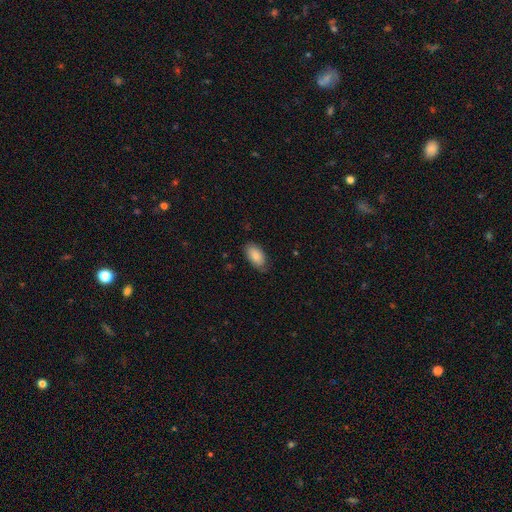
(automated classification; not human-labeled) Morphology: type=smooth (83%); roundness=in between (95%); merging=none (74%).